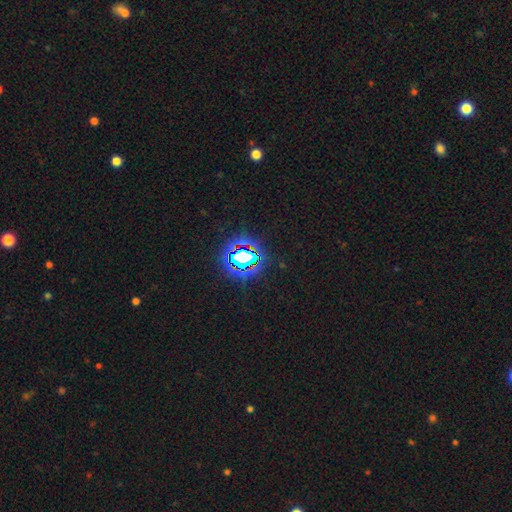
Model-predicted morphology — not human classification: smooth-or-featured: star or artifact: 81% | smooth: 12% | featured or disk: 7%